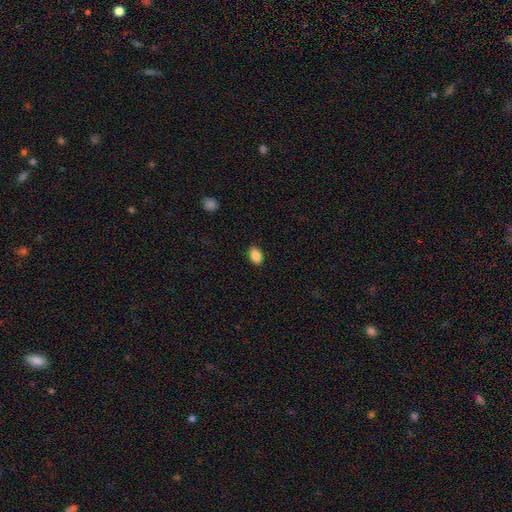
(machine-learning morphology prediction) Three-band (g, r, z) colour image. It shows a smooth galaxy with no disk features (88%) that is in between round and cigar-shaped (87%). Merging: none (88%).